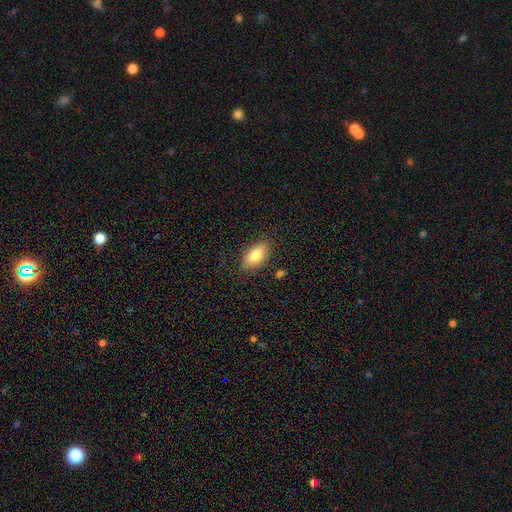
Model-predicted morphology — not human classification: Smooth or featured? smooth (76%)
How rounded? in between (87%)
Merging? none (80%)